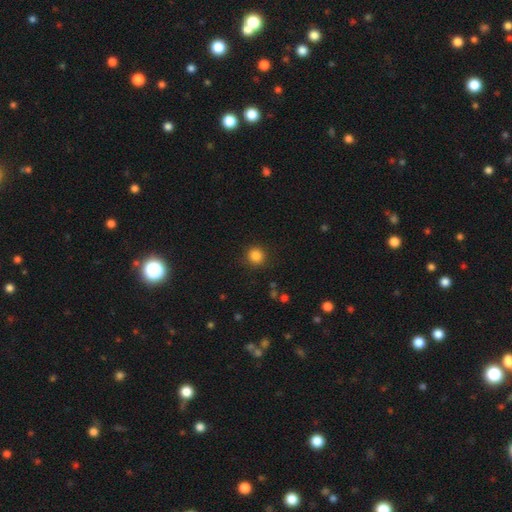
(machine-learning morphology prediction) smooth 85%, star or artifact 11%, featured or disk 4%. Down the decision tree: how rounded — round (92%); merging — none (88%).